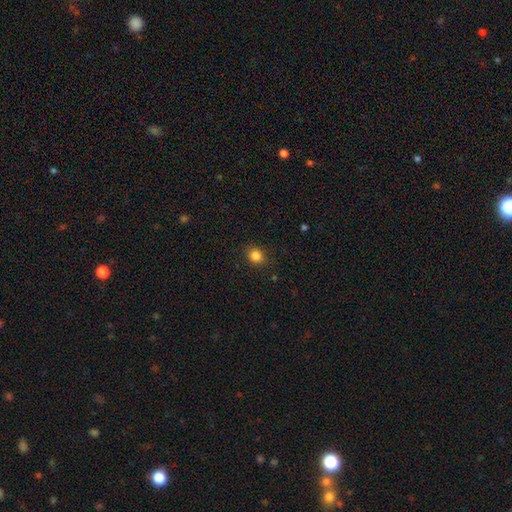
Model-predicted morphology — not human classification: A smooth galaxy with no disk features (85%) that is round (72%). Merging: none (88%).